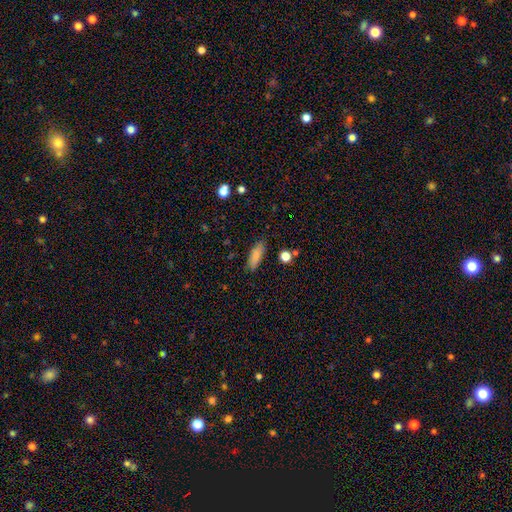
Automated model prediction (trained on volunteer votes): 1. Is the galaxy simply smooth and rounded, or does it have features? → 84% smooth, 8% featured or disk, 8% star or artifact.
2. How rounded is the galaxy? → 62% in between, 36% cigar-shaped, 2% round.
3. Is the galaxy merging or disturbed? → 84% none, 12% minor disturbance, 3% major disturbance, 2% merger.